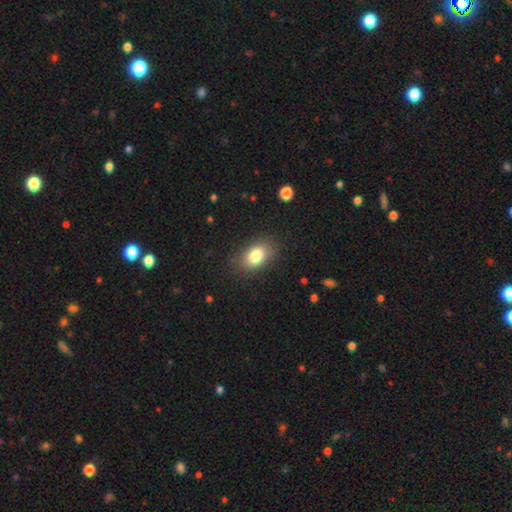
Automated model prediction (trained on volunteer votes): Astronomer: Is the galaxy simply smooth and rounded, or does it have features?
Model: smooth — 81%.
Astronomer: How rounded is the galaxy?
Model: in between — 86%.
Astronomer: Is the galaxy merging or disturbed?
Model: none — 83%.